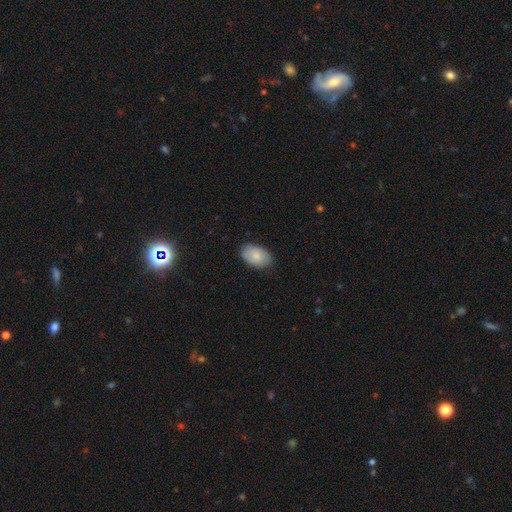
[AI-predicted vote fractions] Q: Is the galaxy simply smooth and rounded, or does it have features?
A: smooth — 80%.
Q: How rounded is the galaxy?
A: in between — 91%.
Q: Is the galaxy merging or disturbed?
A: none — 82%.